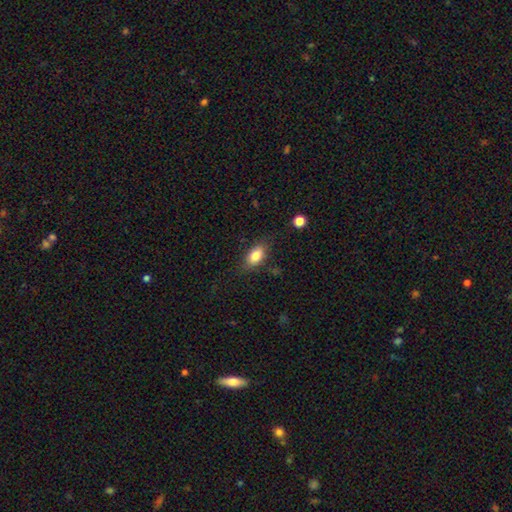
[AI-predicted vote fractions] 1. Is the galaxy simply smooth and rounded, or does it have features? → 82% smooth, 10% featured or disk, 8% star or artifact.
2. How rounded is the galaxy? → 87% in between, 8% round, 5% cigar-shaped.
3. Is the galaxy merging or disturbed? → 79% none, 15% minor disturbance, 4% major disturbance, 2% merger.